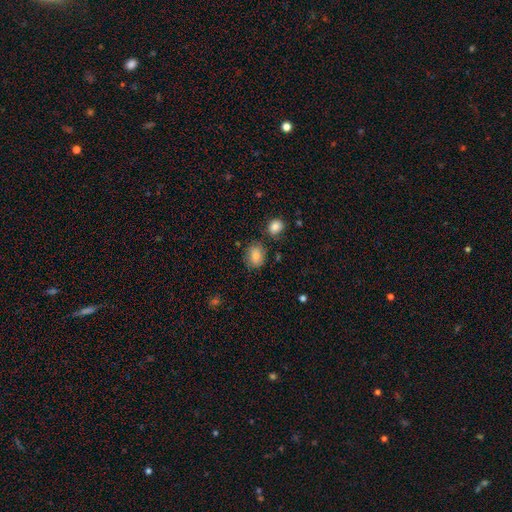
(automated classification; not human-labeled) Smooth or featured?
  - smooth: 82% *
  - featured or disk: 10%
  - star or artifact: 9%
How rounded?
  - in between: 56% *
  - round: 43%
  - cigar-shaped: 1%
Merging?
  - none: 73% *
  - minor disturbance: 17%
  - merger: 5%
  - major disturbance: 5%